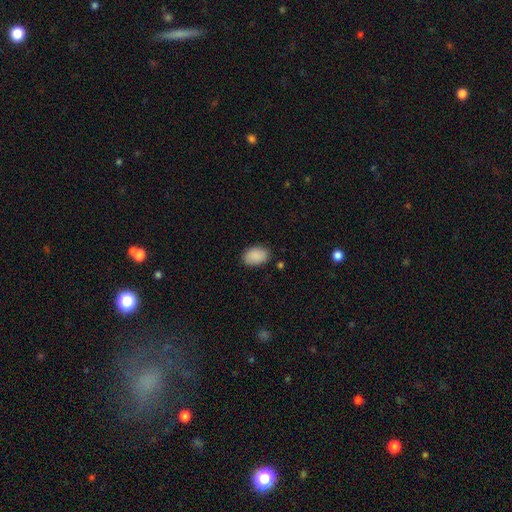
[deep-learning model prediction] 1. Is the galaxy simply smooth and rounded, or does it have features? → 90% smooth, 7% star or artifact, 3% featured or disk.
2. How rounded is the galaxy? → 87% in between, 12% round, 1% cigar-shaped.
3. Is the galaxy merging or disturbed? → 84% none, 12% minor disturbance, 3% major disturbance, 1% merger.